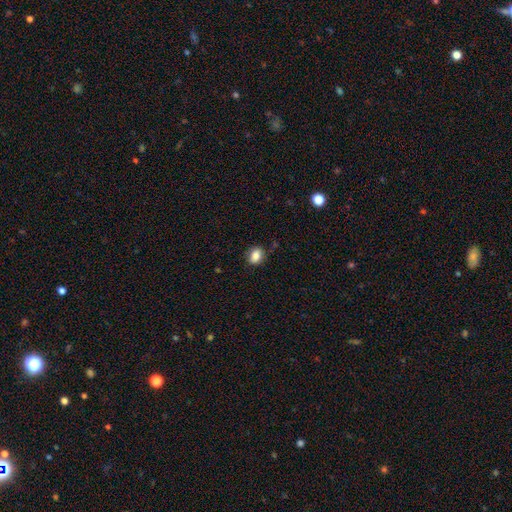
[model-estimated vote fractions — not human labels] Overall: smooth (85%). How rounded: in between (61%; round 38%). Merging: none (82%).